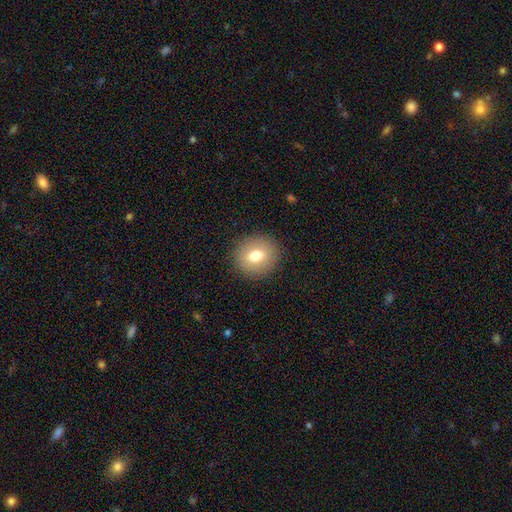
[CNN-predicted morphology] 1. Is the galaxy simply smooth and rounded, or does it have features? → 74% smooth, 17% featured or disk, 10% star or artifact.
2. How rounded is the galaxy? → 82% round, 17% in between, 1% cigar-shaped.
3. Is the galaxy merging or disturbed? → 89% none, 7% minor disturbance, 3% major disturbance, 1% merger.